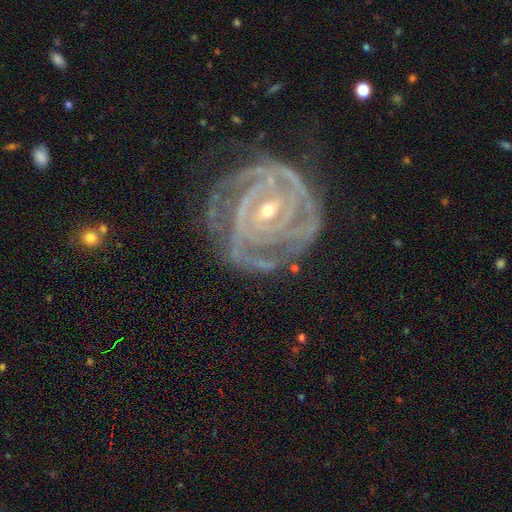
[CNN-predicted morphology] Smooth or featured: featured or disk — 90% (star or artifact — 6%)
Edge-on disk: no — 97% (yes — 3%)
Bar: no — 37% (weak — 34%)
Spiral arms: yes — 98% (no — 2%)
Spiral winding: tight — 83% (medium — 14%)
Spiral arm count: 3 — 29% (4 — 21%)
Bulge size: small — 66% (moderate — 31%)
Merging: none — 71% (minor disturbance — 19%)